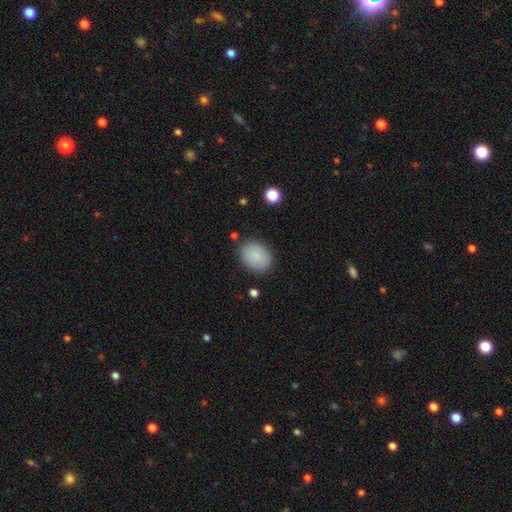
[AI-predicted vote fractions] Overall: smooth (87%). How rounded: in between (63%; round 36%). Merging: none (85%).